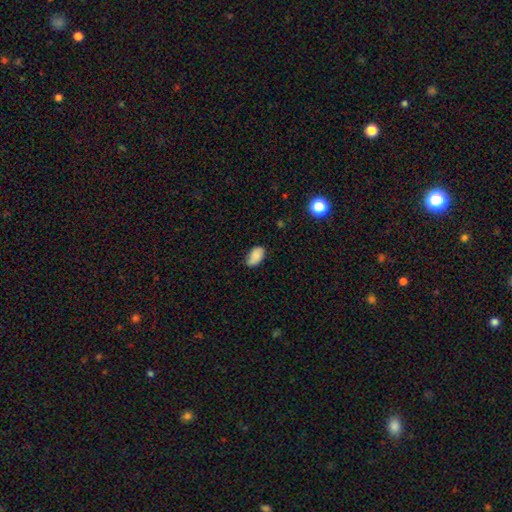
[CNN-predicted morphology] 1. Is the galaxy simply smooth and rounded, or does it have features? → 85% smooth, 8% star or artifact, 7% featured or disk.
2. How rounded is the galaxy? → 92% in between, 6% round, 2% cigar-shaped.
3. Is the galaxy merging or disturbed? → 69% none, 25% minor disturbance, 4% major disturbance, 2% merger.